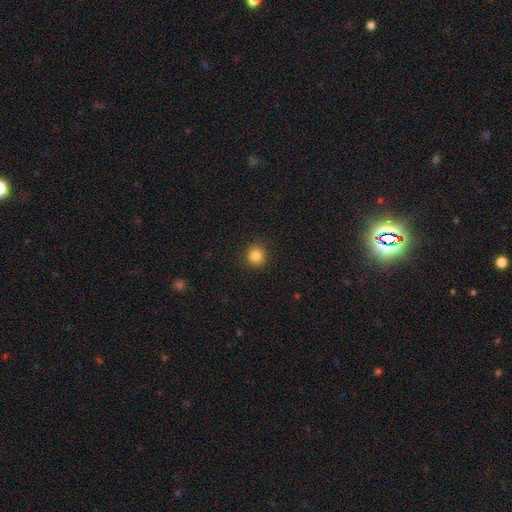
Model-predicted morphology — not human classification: The model was most divided on "smooth or featured": smooth: 84%, star or artifact: 11%, featured or disk: 5%. More confident: how rounded — round (92%); merging — none (91%).